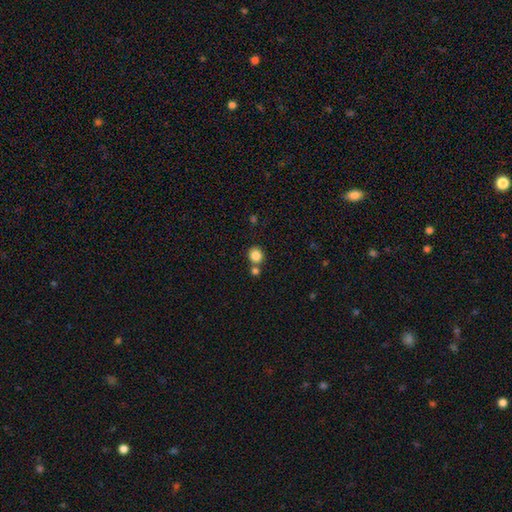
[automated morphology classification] Smooth or featured? Predicted: smooth (p=0.85). How rounded? Predicted: round (p=0.84). Merging? Predicted: none (p=0.65).